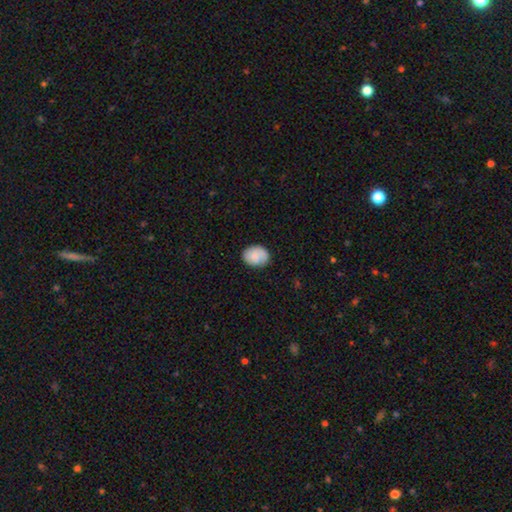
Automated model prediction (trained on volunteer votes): smooth 79%, featured or disk 14%, star or artifact 7%. Down the decision tree: how rounded — in between (55%); merging — none (76%).